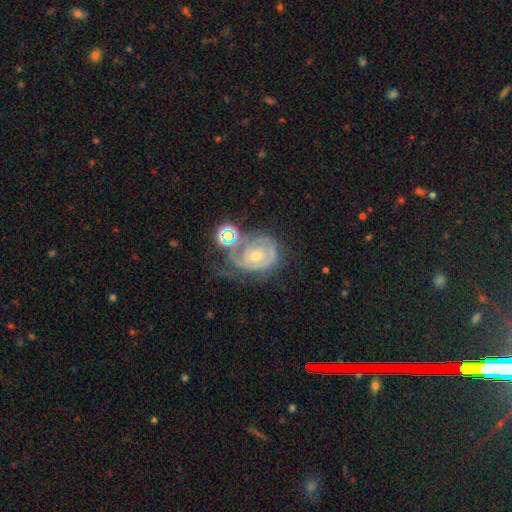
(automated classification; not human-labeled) Q: Smooth or featured?
A: featured or disk (73%); runner-up: smooth (17%)
Q: Edge-on disk?
A: no (97%); runner-up: yes (3%)
Q: Bar?
A: no (76%); runner-up: weak (20%)
Q: Spiral arms?
A: yes (84%); runner-up: no (16%)
Q: Spiral winding?
A: tight (62%); runner-up: medium (29%)
Q: Spiral arm count?
A: can't tell (40%); runner-up: 2 (28%)
Q: Bulge size?
A: small (55%); runner-up: moderate (40%)
Q: Merging?
A: none (32%); runner-up: major disturbance (29%)